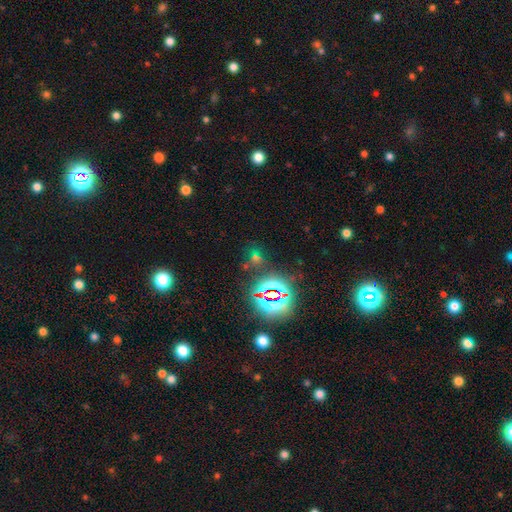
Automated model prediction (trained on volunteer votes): This is likely a star or artifact rather than a galaxy (64%).